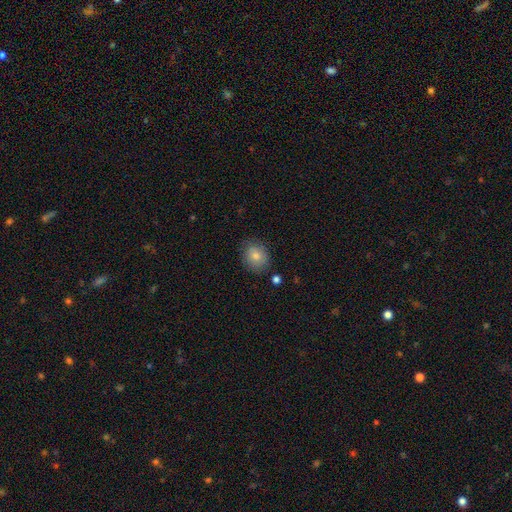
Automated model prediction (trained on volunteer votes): smooth-or-featured: smooth: 80% | featured or disk: 11% | star or artifact: 8%
  how-rounded: round: 68% | in between: 31% | cigar-shaped: 1%
  merging: none: 79% | minor disturbance: 15% | major disturbance: 4% | merger: 2%